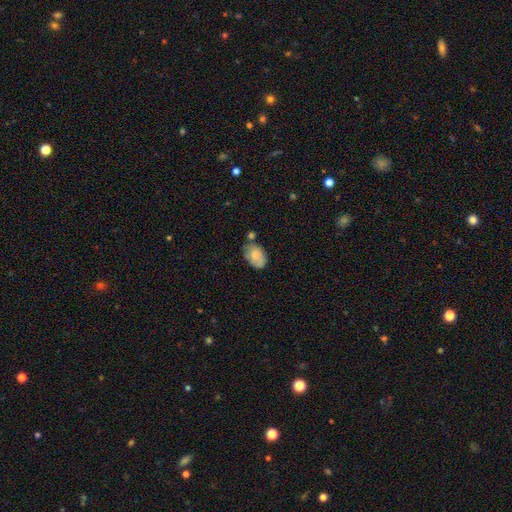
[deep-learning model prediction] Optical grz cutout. It shows a smooth galaxy with no disk features (76%) that is in between round and cigar-shaped (87%). Merging: none (53%).